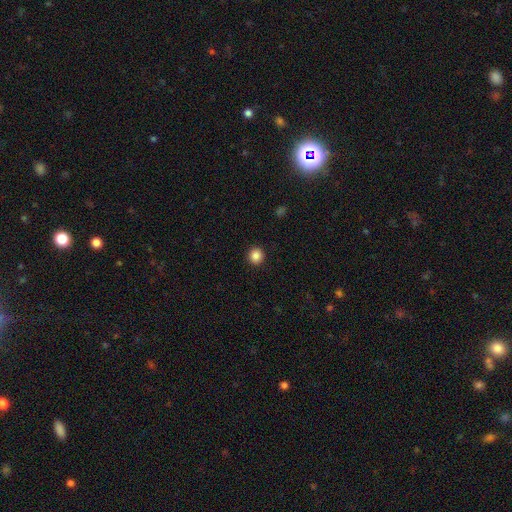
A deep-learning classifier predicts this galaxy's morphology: smooth 86%, star or artifact 11%, featured or disk 4%. Down the decision tree: how rounded — round (92%); merging — none (93%).